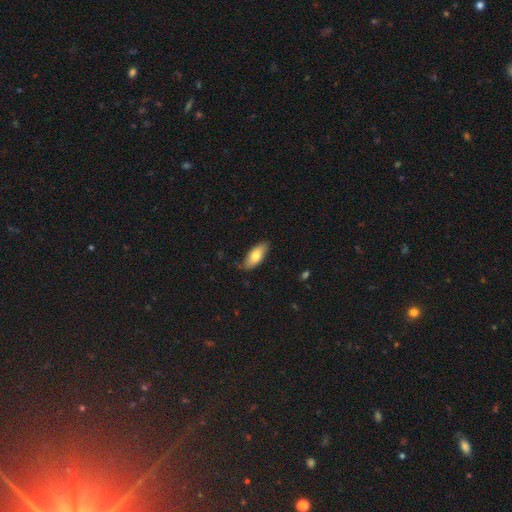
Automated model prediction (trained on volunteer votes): The model was most divided on "smooth or featured": smooth: 75%, featured or disk: 19%, star or artifact: 6%. More confident: merging — none (80%); how rounded — in between (80%).